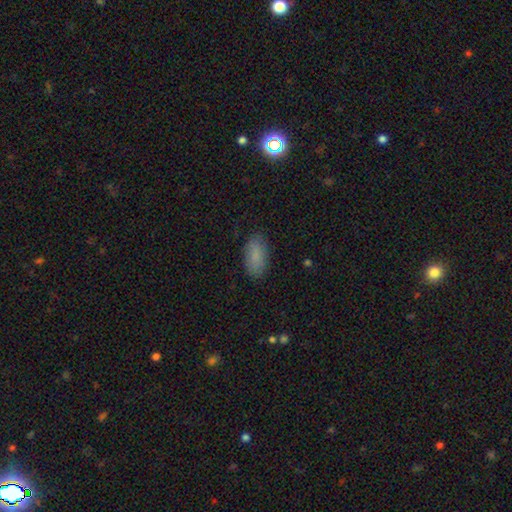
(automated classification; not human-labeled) Smooth or featured: smooth — 85% (star or artifact — 8%)
How rounded: in between — 92% (cigar-shaped — 6%)
Merging: none — 85% (minor disturbance — 11%)